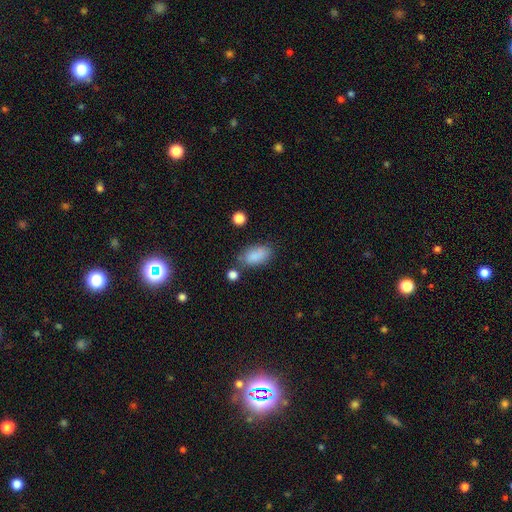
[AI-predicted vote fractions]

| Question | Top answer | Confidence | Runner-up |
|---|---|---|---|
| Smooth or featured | smooth | 86% | star or artifact (8%) |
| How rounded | in between | 91% | round (5%) |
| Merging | none | 67% | minor disturbance (19%) |